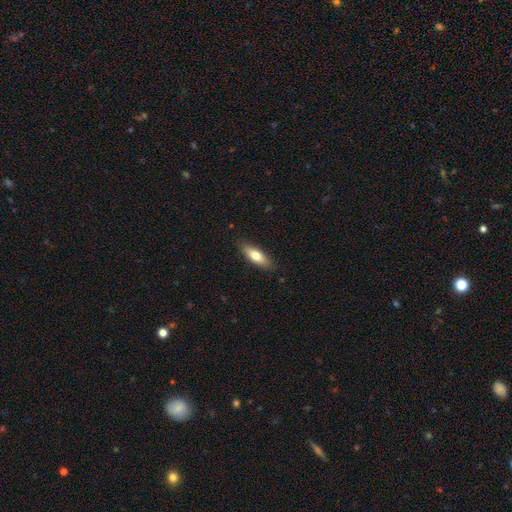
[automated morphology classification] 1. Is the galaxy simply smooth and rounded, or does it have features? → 68% smooth, 26% featured or disk, 6% star or artifact.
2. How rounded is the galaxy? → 52% in between, 45% cigar-shaped, 2% round.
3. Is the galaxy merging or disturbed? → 86% none, 10% minor disturbance, 2% major disturbance, 1% merger.